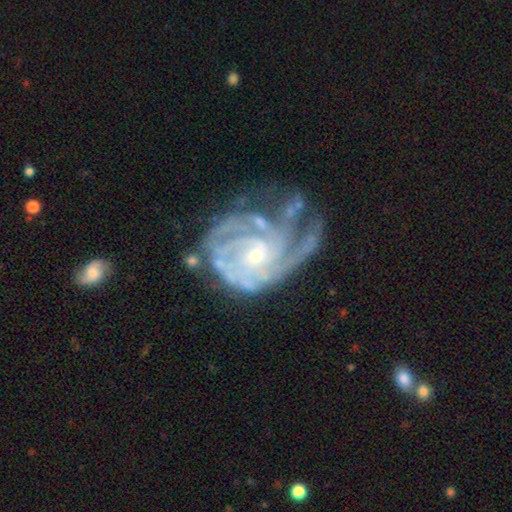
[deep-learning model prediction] Smooth or featured?
  - featured or disk: 89% *
  - star or artifact: 6%
  - smooth: 5%
Edge-on disk?
  - no: 98% *
  - yes: 2%
Bar?
  - no: 70% *
  - weak: 24%
  - strong: 6%
Spiral arms?
  - yes: 96% *
  - no: 4%
Spiral winding?
  - tight: 66% *
  - medium: 28%
  - loose: 7%
Spiral arm count?
  - can't tell: 27% *
  - 3: 25%
  - 4: 17%
  - 2: 17%
  - more than 4: 8%
  - 1: 7%
Bulge size?
  - small: 73% *
  - moderate: 24%
  - none: 2%
  - large: 1%
  - dominant: 1%
Merging?
  - none: 39% *
  - major disturbance: 29%
  - minor disturbance: 26%
  - merger: 6%